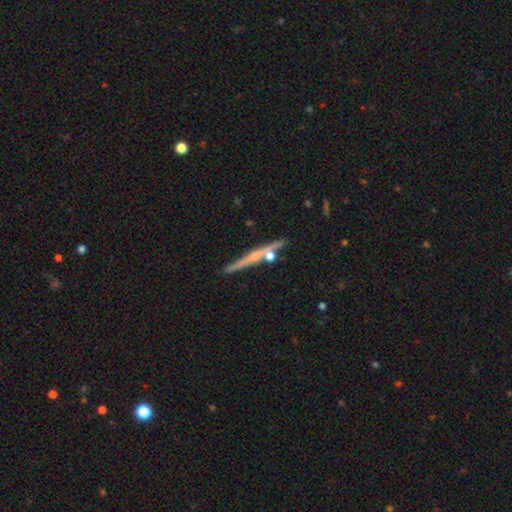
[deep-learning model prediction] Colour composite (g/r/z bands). It shows a featured or disk galaxy (61%) viewed edge-on (96%) with a rounded central bulge (49%). Merging: none (77%).